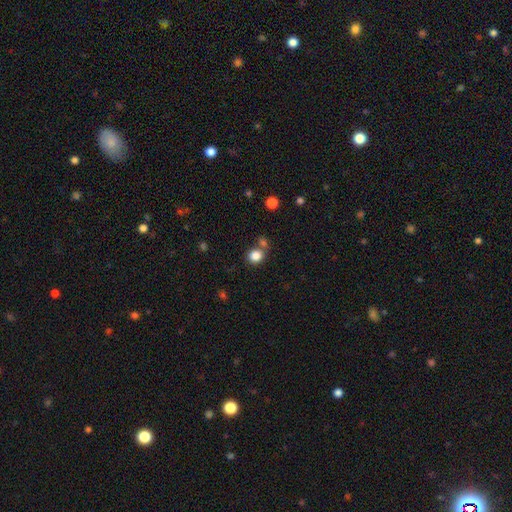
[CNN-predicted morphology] Overall: smooth (84%). How rounded: round (76%). Merging: none (64%).